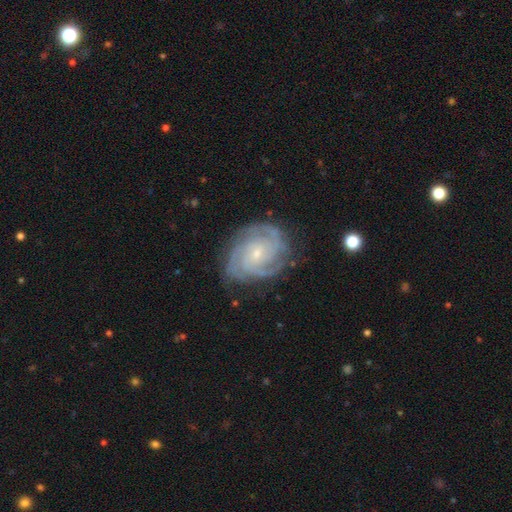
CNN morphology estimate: featured or disk 87%, star or artifact 7%, smooth 6%. Down the decision tree: edge-on disk — no (97%); bar — no (69%); spiral arms — yes (98%); spiral arm count — 3 (34%); spiral winding — tight (72%); bulge size — small (71%); merging — none (80%).